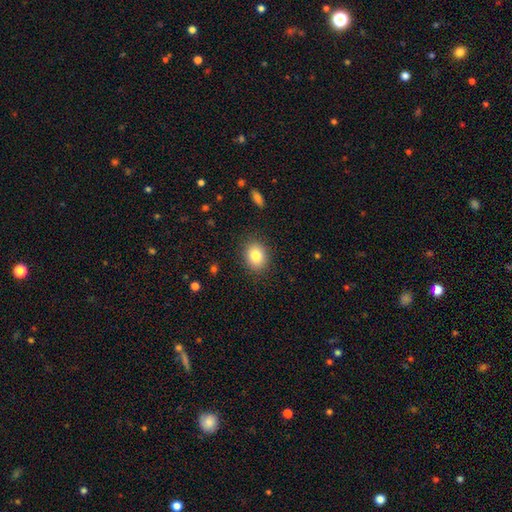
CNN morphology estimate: The model was most divided on "how rounded": in between: 51%, round: 48%, cigar-shaped: 1%. More confident: merging — none (87%); smooth or featured — smooth (84%).